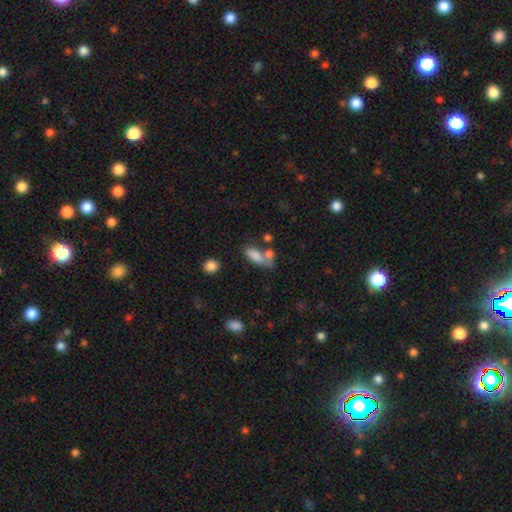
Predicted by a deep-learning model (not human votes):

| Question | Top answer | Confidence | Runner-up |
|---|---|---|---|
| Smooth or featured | smooth | 80% | featured or disk (11%) |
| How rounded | in between | 80% | cigar-shaped (16%) |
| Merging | none | 38% | merger (36%) |